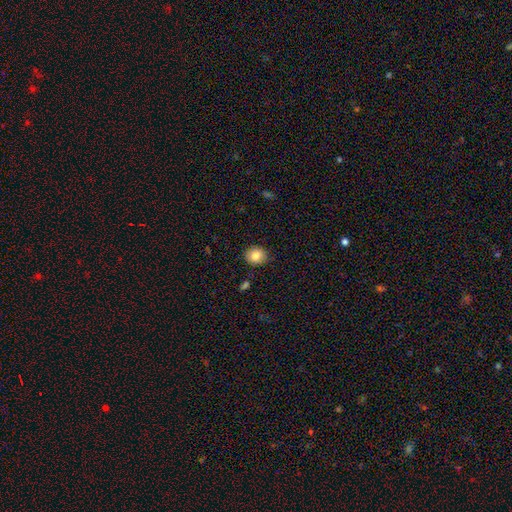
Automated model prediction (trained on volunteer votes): A smooth galaxy with no disk features (83%) that is round (75%).

Vote fractions:
- Smooth or featured? smooth: 83% / star or artifact: 9% / featured or disk: 8%
- How rounded? round: 75% / in between: 24% / cigar-shaped: 1%
- Merging? none: 88% / minor disturbance: 9% / major disturbance: 2% / merger: 2%